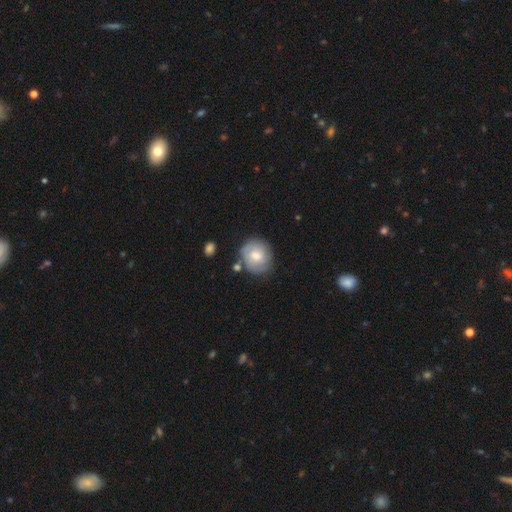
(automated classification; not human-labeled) Overall: featured or disk (47%; smooth 46%). Merging: none (70%).